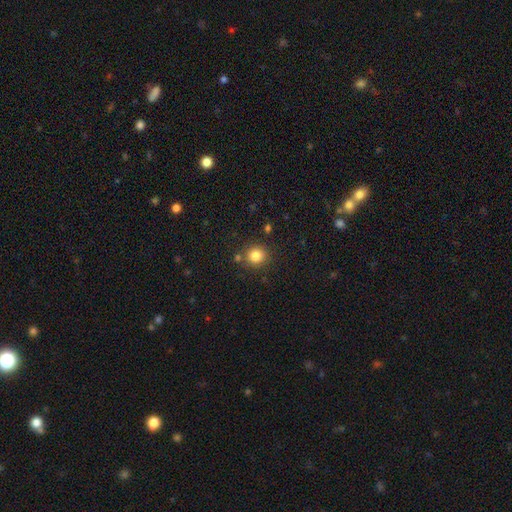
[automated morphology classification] Q: Smooth or featured?
A: smooth (82%); runner-up: star or artifact (12%)
Q: How rounded?
A: round (89%); runner-up: in between (10%)
Q: Merging?
A: none (83%); runner-up: minor disturbance (8%)